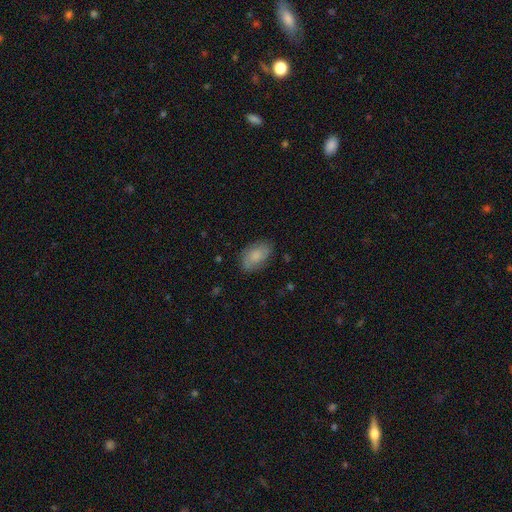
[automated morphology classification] A smooth galaxy with no disk features (76%) that is in between round and cigar-shaped (92%).

Vote fractions:
- Smooth or featured? smooth: 76% / featured or disk: 17% / star or artifact: 7%
- How rounded? in between: 92% / round: 6% / cigar-shaped: 2%
- Merging? none: 76% / minor disturbance: 18% / major disturbance: 5% / merger: 1%